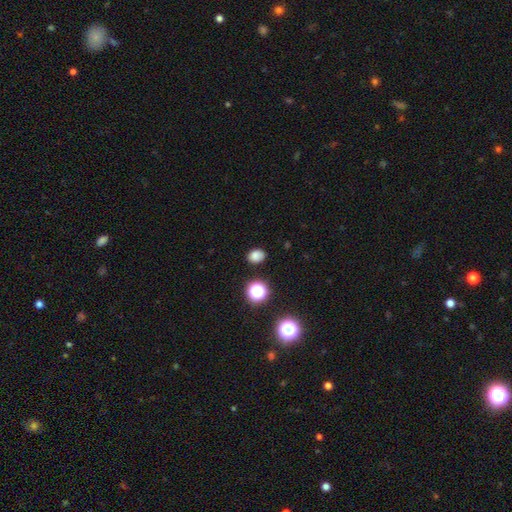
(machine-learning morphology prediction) A smooth galaxy with no disk features (79%) that is in between round and cigar-shaped (57%).

Vote fractions:
- Smooth or featured? smooth: 79% / star or artifact: 15% / featured or disk: 5%
- How rounded? in between: 57% / round: 42% / cigar-shaped: 1%
- Merging? none: 85% / minor disturbance: 10% / major disturbance: 3% / merger: 2%